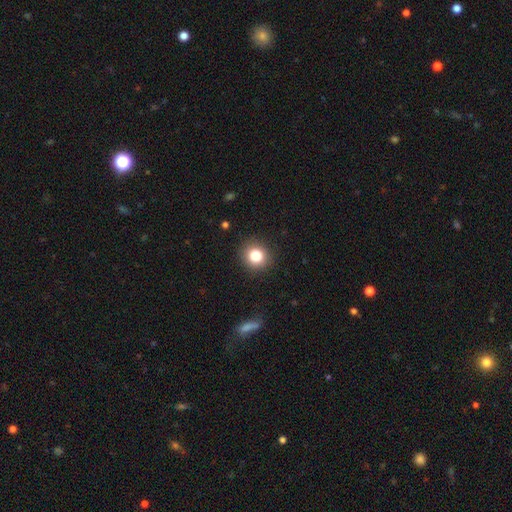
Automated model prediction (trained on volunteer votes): Overall: smooth (83%). How rounded: round (87%). Merging: none (88%).